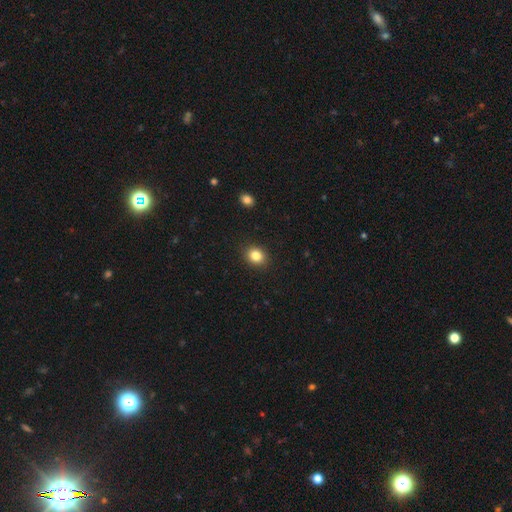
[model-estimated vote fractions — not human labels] smooth-or-featured: smooth: 83% | star or artifact: 11% | featured or disk: 6%
  how-rounded: round: 65% | in between: 34% | cigar-shaped: 1%
  merging: none: 91% | minor disturbance: 6% | major disturbance: 2% | merger: 1%